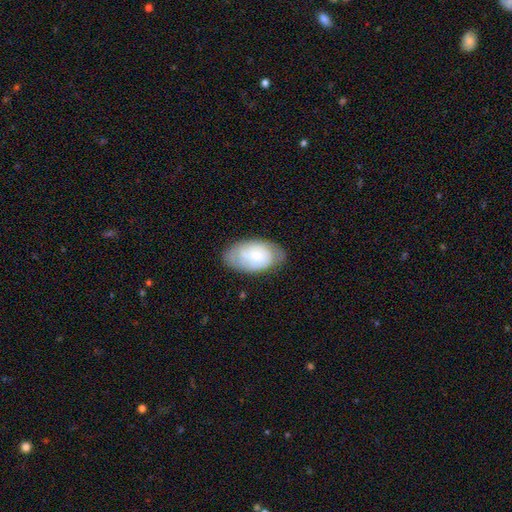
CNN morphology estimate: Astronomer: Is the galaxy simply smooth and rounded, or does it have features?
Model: smooth — 56% (runner-up: featured or disk, 37%).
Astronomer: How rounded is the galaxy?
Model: in between — 93%.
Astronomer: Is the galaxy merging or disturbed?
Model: none — 69%.